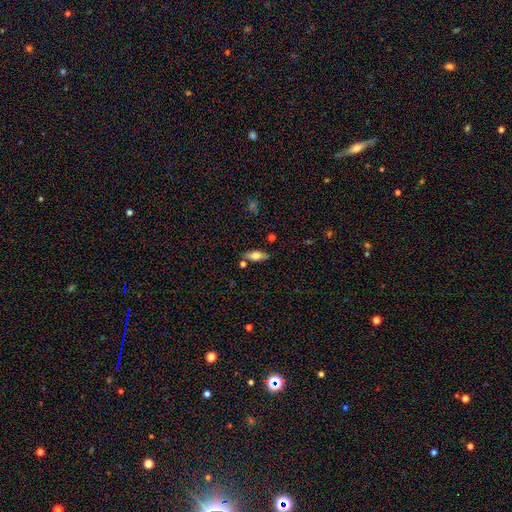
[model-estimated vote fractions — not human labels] Smooth or featured: smooth — 72% (featured or disk — 21%)
How rounded: in between — 81% (cigar-shaped — 16%)
Merging: none — 76% (minor disturbance — 14%)